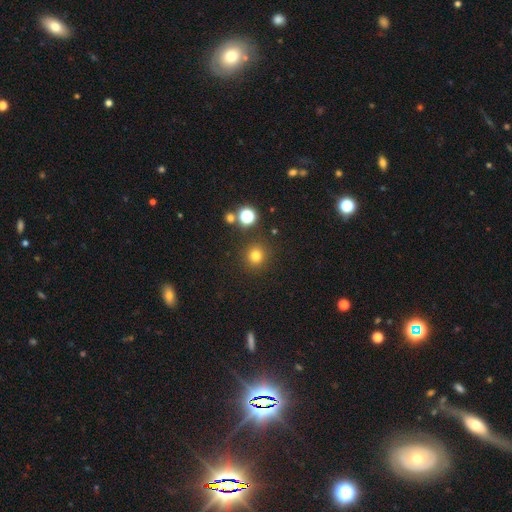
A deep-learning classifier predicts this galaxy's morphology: This appears to be a smooth galaxy with no disk features (78%) that is round (93%). Merging: none (88%).